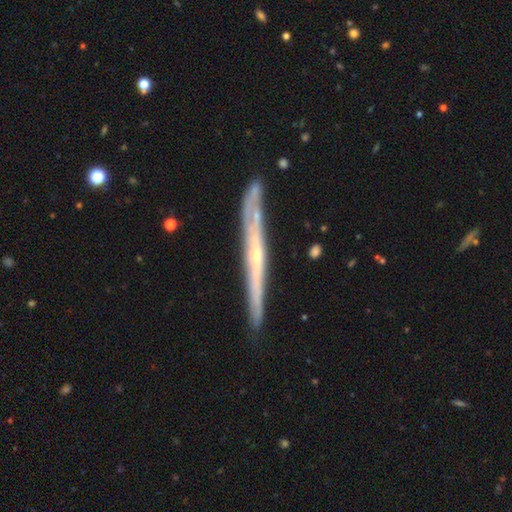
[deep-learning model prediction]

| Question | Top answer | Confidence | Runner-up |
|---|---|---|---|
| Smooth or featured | featured or disk | 78% | smooth (16%) |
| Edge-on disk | yes | 94% | no (6%) |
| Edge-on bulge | none | 50% | rounded (47%) |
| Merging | none | 83% | minor disturbance (13%) |